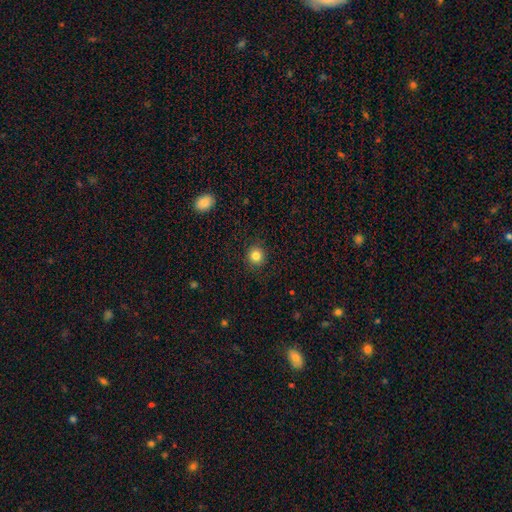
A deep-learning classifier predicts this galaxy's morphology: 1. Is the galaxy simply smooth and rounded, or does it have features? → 83% smooth, 12% star or artifact, 5% featured or disk.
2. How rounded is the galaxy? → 93% round, 6% in between, 1% cigar-shaped.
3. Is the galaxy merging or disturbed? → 91% none, 6% minor disturbance, 2% major disturbance, 1% merger.